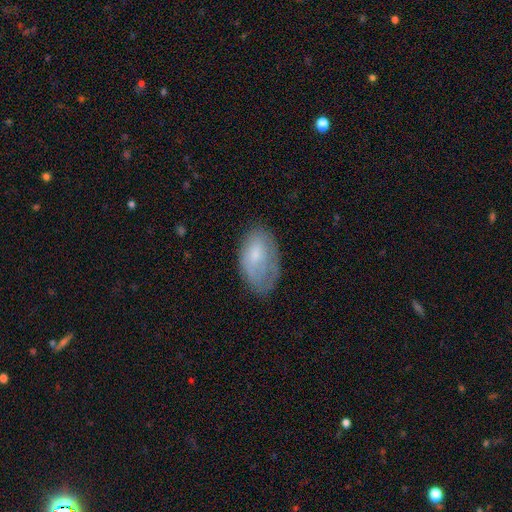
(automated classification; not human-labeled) A smooth galaxy with no disk features (63%) that is in between round and cigar-shaped (93%).

Vote fractions:
- Smooth or featured? smooth: 63% / featured or disk: 30% / star or artifact: 8%
- How rounded? in between: 93% / round: 5% / cigar-shaped: 2%
- Merging? none: 56% / minor disturbance: 29% / major disturbance: 13% / merger: 2%